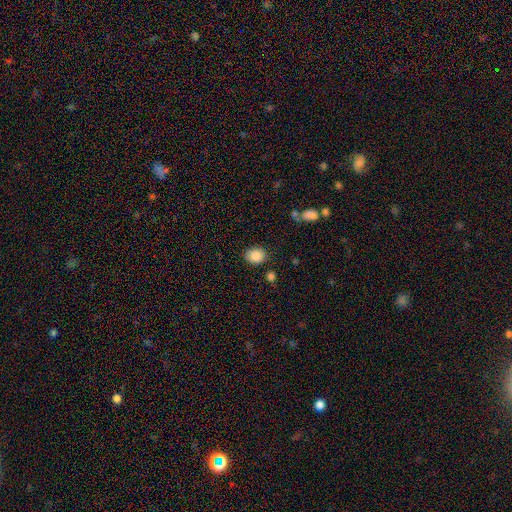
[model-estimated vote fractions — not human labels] Smooth or featured: smooth — 86% (star or artifact — 9%)
How rounded: round — 56% (in between — 43%)
Merging: none — 81% (minor disturbance — 13%)